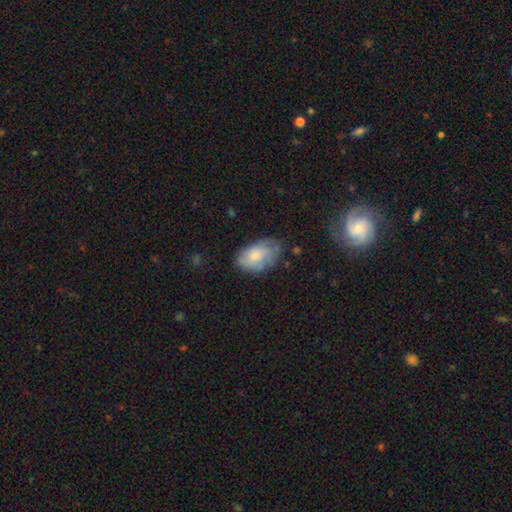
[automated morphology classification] This appears to be a smooth galaxy with no disk features (66%) that is in between round and cigar-shaped (91%). Merging: none (55%).